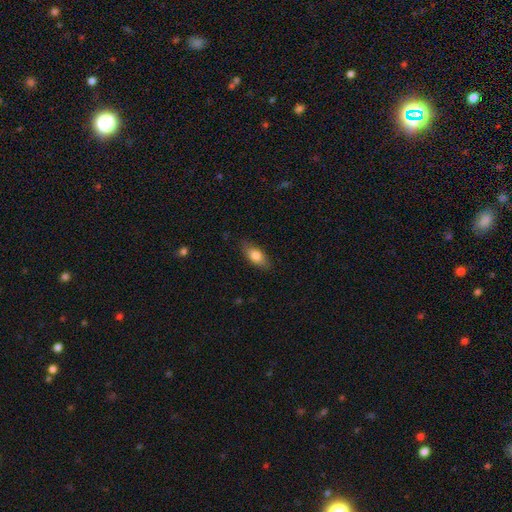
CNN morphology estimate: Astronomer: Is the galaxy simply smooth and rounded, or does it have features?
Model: smooth — 78%.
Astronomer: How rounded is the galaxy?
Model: in between — 83%.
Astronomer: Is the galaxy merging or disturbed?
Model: none — 83%.